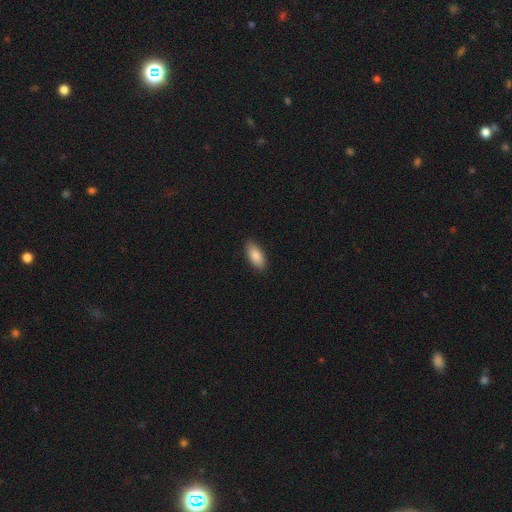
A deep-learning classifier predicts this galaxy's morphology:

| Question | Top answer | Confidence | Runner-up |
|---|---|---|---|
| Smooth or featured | smooth | 88% | featured or disk (6%) |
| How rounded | in between | 88% | cigar-shaped (10%) |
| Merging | none | 88% | minor disturbance (9%) |